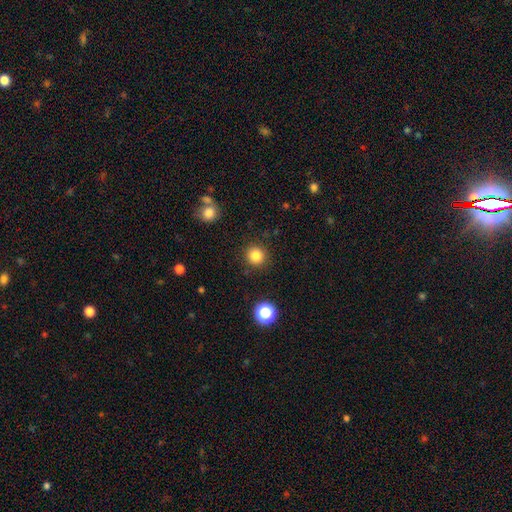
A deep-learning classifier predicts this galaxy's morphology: Smooth or featured?
  - smooth: 83% *
  - star or artifact: 12%
  - featured or disk: 4%
How rounded?
  - round: 93% *
  - in between: 6%
  - cigar-shaped: 1%
Merging?
  - none: 90% *
  - minor disturbance: 6%
  - major disturbance: 3%
  - merger: 2%